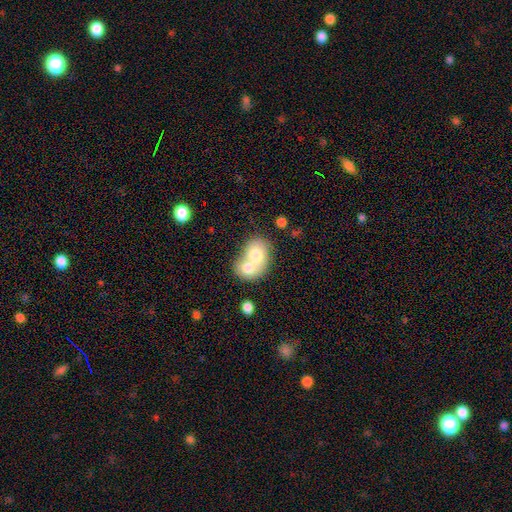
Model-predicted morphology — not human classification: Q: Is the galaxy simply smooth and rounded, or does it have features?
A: smooth — 69%.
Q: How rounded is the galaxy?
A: in between — 53%.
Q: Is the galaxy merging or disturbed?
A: merger — 76%.